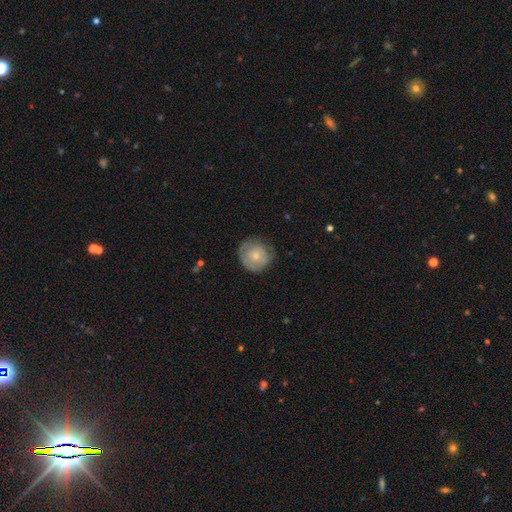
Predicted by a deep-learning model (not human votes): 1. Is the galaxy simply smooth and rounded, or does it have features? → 66% smooth, 27% featured or disk, 7% star or artifact.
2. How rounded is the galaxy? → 90% round, 9% in between, 1% cigar-shaped.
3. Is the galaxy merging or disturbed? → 69% none, 23% minor disturbance, 7% major disturbance, 1% merger.